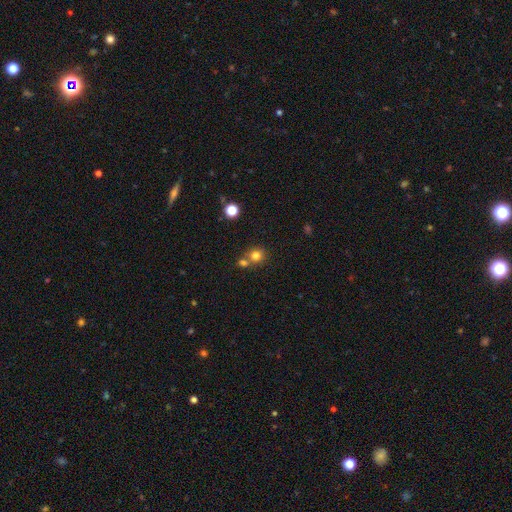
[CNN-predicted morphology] Overall: smooth (79%). How rounded: round (85%). Merging: none (56%; merger 34%).